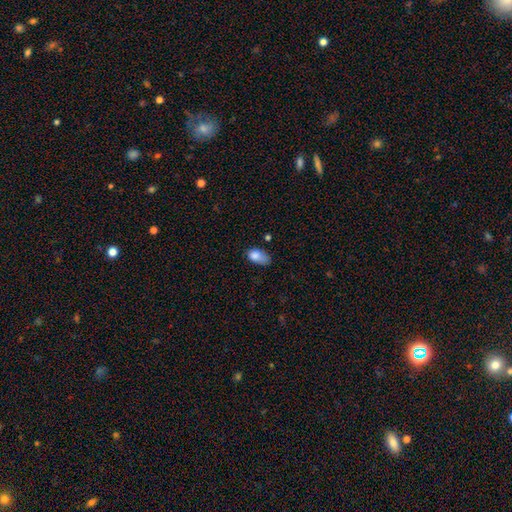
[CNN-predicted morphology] A smooth galaxy with no disk features (81%) that is in between round and cigar-shaped (88%).

Vote fractions:
- Smooth or featured? smooth: 81% / featured or disk: 10% / star or artifact: 9%
- How rounded? in between: 88% / round: 9% / cigar-shaped: 2%
- Merging? minor disturbance: 42% / none: 35% / major disturbance: 19% / merger: 4%